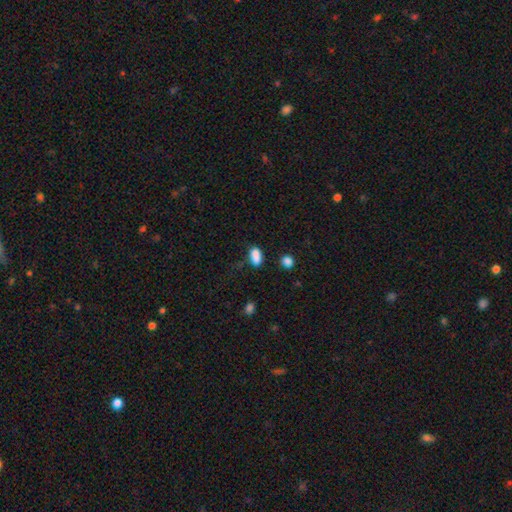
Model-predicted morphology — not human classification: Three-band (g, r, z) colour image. It shows a smooth galaxy with no disk features (85%) that is in between round and cigar-shaped (87%). Merging: none (65%).